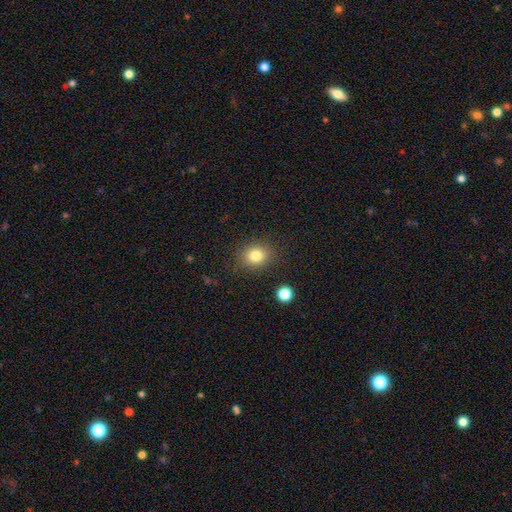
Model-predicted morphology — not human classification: smooth_or_featured: smooth (p=0.81) [alt: star or artifact p=0.12]
how_rounded: round (p=0.70) [alt: in between p=0.29]
merging: none (p=0.86) [alt: minor disturbance p=0.09]